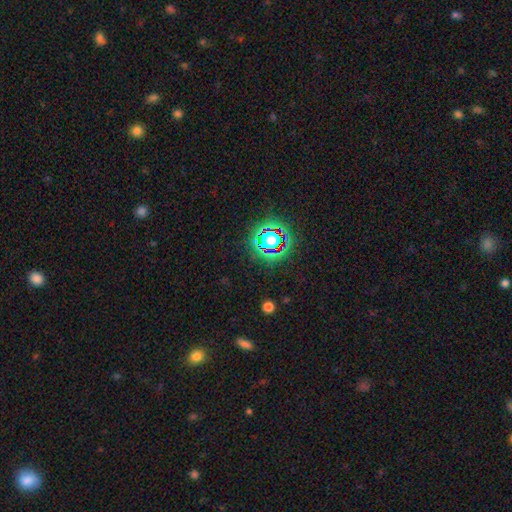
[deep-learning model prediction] Smooth or featured? Predicted: star or artifact (p=0.74).